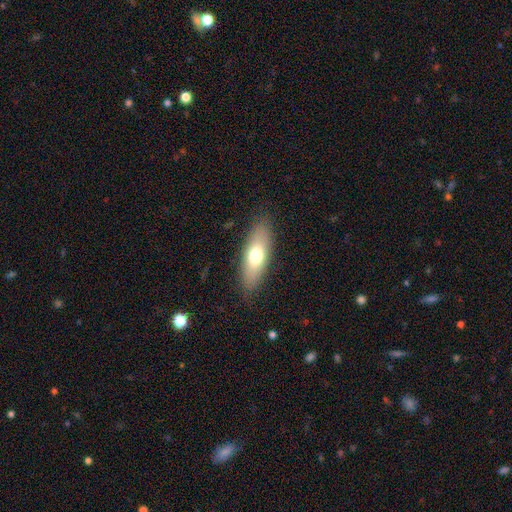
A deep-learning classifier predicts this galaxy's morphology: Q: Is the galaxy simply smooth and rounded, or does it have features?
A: smooth — 69%.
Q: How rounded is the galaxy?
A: in between — 62%.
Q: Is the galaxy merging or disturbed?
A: none — 85%.